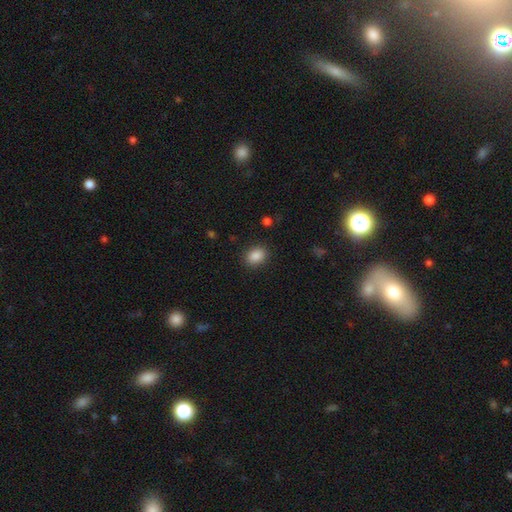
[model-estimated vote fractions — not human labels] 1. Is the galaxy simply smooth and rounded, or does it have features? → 88% smooth, 9% star or artifact, 3% featured or disk.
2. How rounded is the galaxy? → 68% in between, 31% round, 1% cigar-shaped.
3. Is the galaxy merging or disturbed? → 88% none, 8% minor disturbance, 3% major disturbance, 1% merger.